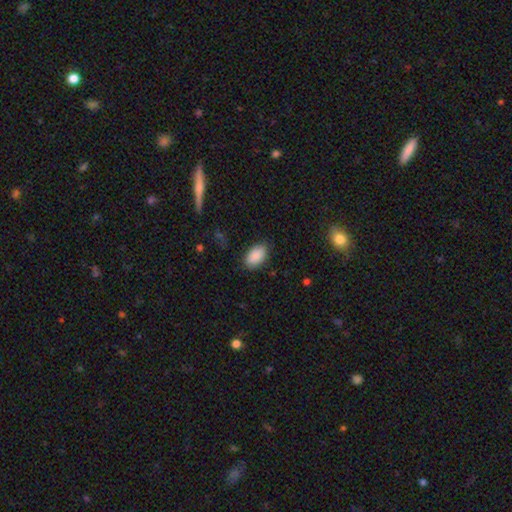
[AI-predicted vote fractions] Morphology: type=smooth (90%); roundness=in between (93%); merging=none (84%).